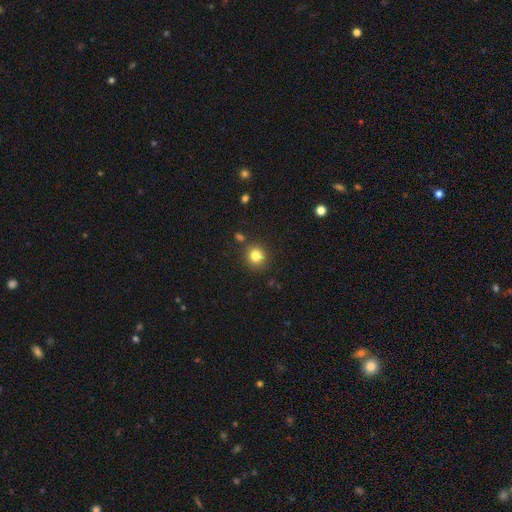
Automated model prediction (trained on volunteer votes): A smooth galaxy with no disk features (82%) that is round (90%). Merging: none (84%).